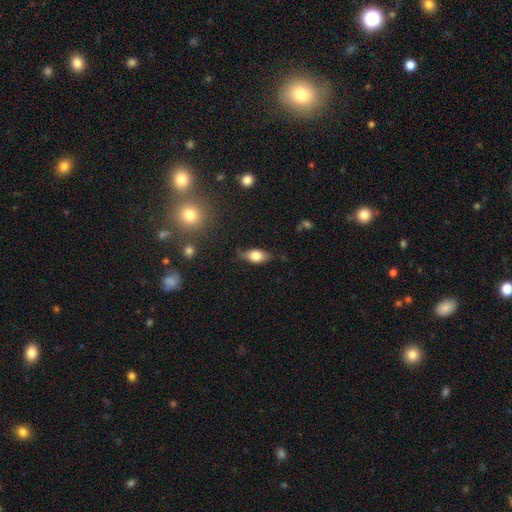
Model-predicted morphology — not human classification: A smooth galaxy with no disk features (67%) that is in between round and cigar-shaped (82%). Merging: none (72%).